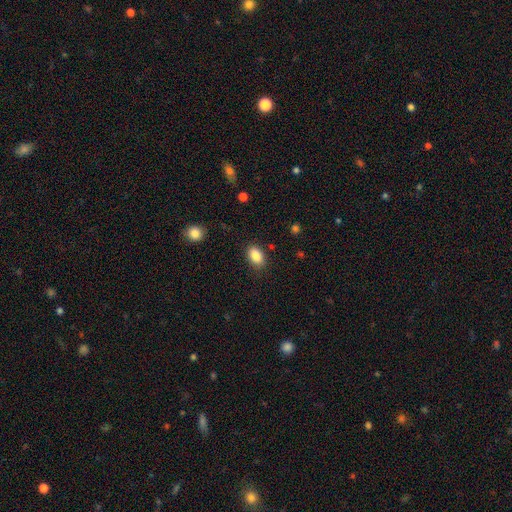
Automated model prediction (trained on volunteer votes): Smooth or featured? Predicted: smooth (p=0.87). How rounded? Predicted: in between (p=0.88). Merging? Predicted: none (p=0.86).